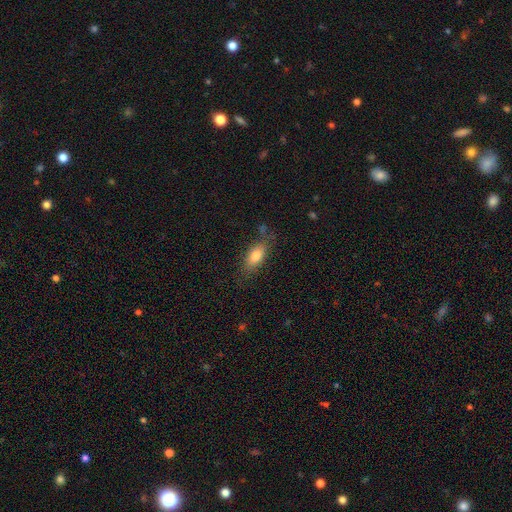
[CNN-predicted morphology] Smooth or featured? Predicted: smooth (p=0.77). How rounded? Predicted: in between (p=0.83). Merging? Predicted: none (p=0.72).